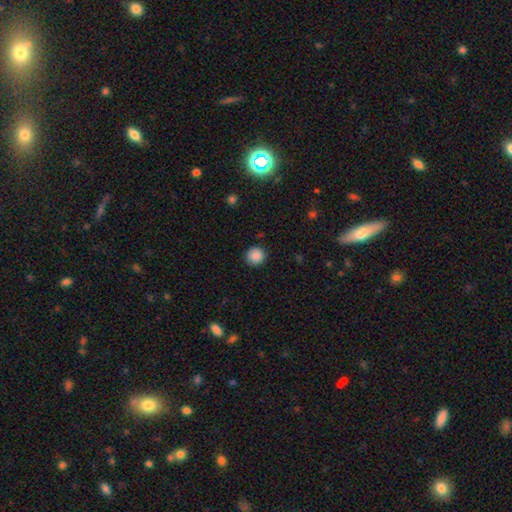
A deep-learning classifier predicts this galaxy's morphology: Smooth or featured? Predicted: smooth (p=0.88). How rounded? Predicted: round (p=0.93). Merging? Predicted: none (p=0.89).